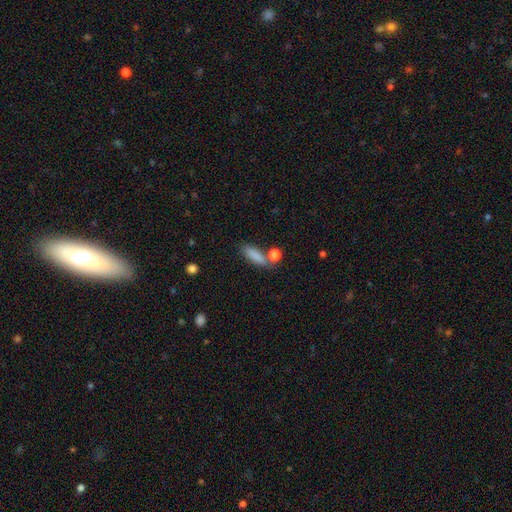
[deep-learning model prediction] Smooth or featured? Predicted: smooth (p=0.85). How rounded? Predicted: in between (p=0.51). Merging? Predicted: none (p=0.67).